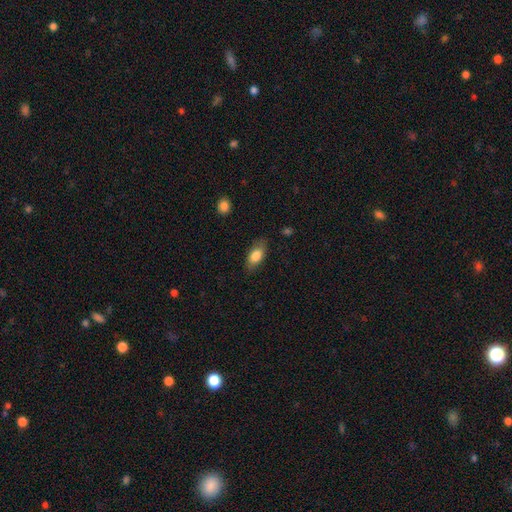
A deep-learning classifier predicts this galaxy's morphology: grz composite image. It shows a smooth galaxy with no disk features (81%) that is in between round and cigar-shaped (88%). Merging: none (79%).